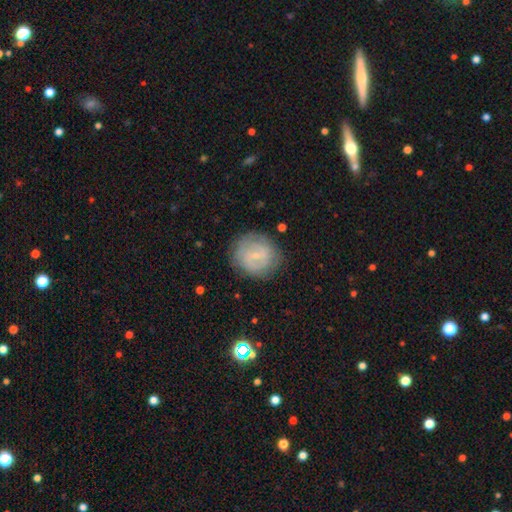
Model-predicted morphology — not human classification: smooth_or_featured: featured or disk (p=0.51) [alt: smooth p=0.41]
disk_edge_on: no (p=0.97) [alt: yes p=0.03]
merging: none (p=0.78) [alt: minor disturbance p=0.15]